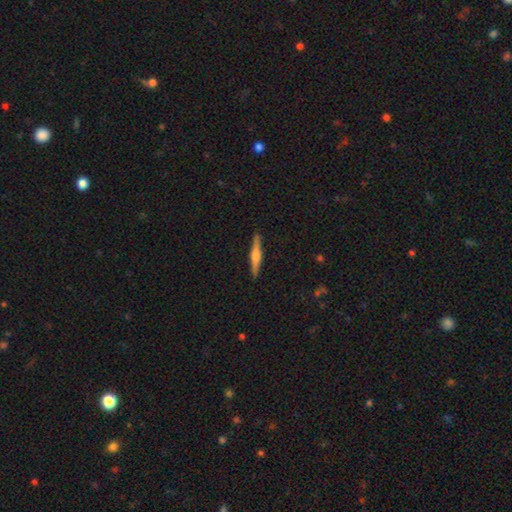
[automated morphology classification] Q: Smooth or featured?
A: featured or disk (63%); runner-up: smooth (31%)
Q: Edge-on disk?
A: yes (98%); runner-up: no (2%)
Q: Edge-on bulge?
A: rounded (81%); runner-up: boxy (13%)
Q: Merging?
A: none (91%); runner-up: minor disturbance (6%)